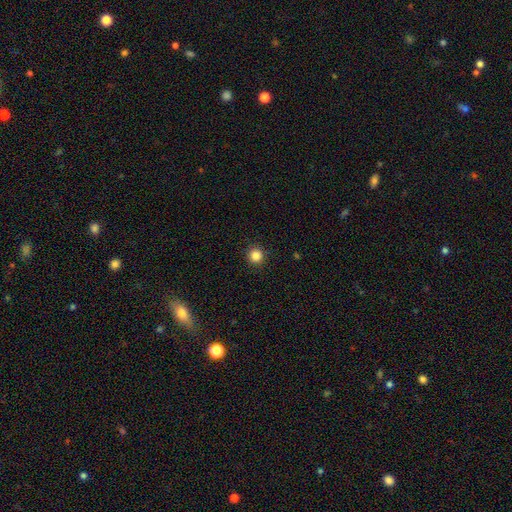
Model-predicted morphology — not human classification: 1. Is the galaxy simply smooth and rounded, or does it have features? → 85% smooth, 12% star or artifact, 4% featured or disk.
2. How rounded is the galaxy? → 95% round, 4% in between, 1% cigar-shaped.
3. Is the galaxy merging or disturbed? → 92% none, 5% minor disturbance, 2% major disturbance, 1% merger.